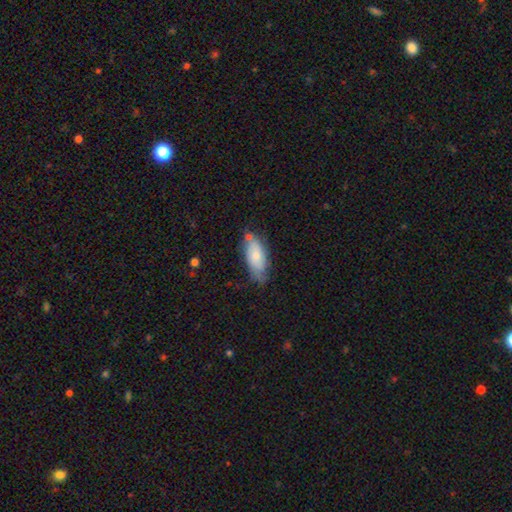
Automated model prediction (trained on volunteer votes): smooth-or-featured: smooth: 70% | featured or disk: 24% | star or artifact: 6%
  how-rounded: in between: 85% | cigar-shaped: 13% | round: 2%
  merging: none: 55% | minor disturbance: 31% | major disturbance: 8% | merger: 7%